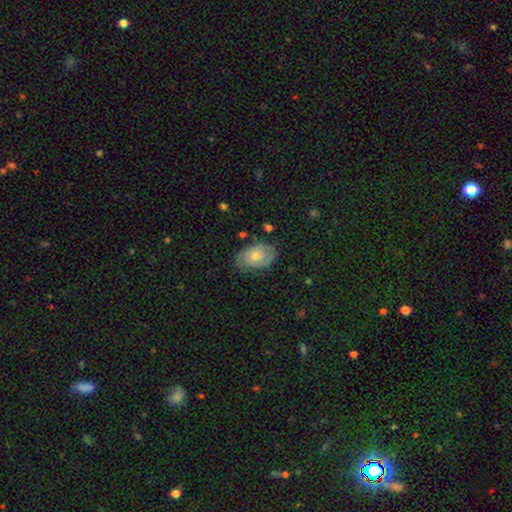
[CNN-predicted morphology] The model was most divided on "bulge size": moderate: 56%, small: 34%, large: 5%, none: 3%, dominant: 1%. More confident: edge-on disk — no (96%); spiral arms — yes (84%); bar — no (76%); merging — none (74%); smooth or featured — featured or disk (59%).